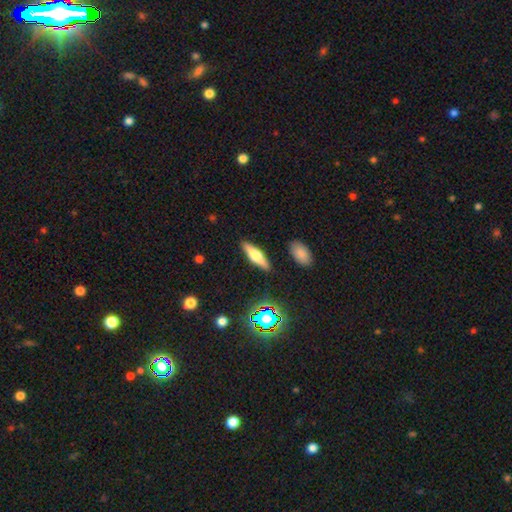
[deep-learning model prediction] smooth_or_featured: smooth (p=0.50) [alt: featured or disk p=0.41]
merging: none (p=0.88) [alt: minor disturbance p=0.08]